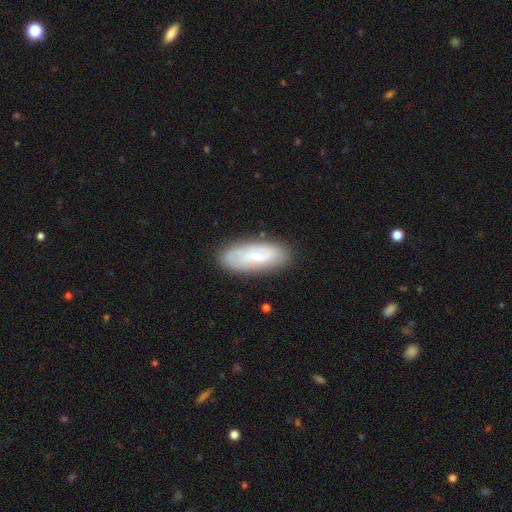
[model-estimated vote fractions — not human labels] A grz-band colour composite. It shows a featured or disk galaxy (47%). Merging: none (82%).